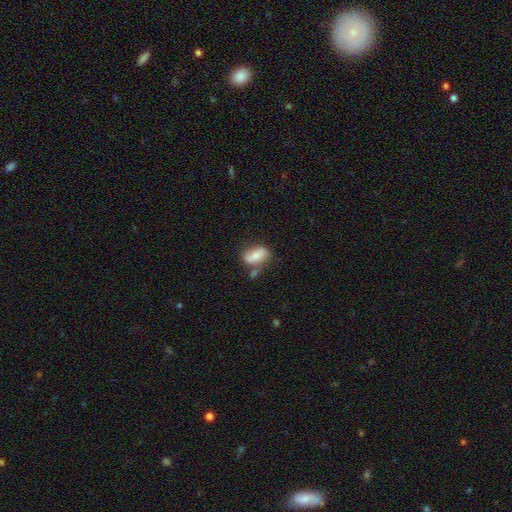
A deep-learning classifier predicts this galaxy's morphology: smooth 58%, featured or disk 34%, star or artifact 8%. Down the decision tree: how rounded — in between (88%); merging — none (52%).